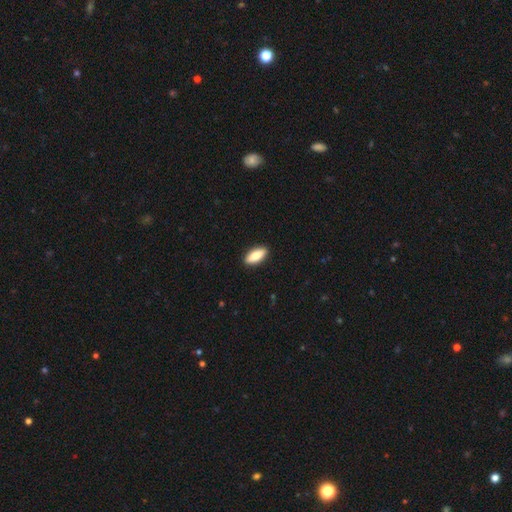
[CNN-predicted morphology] This is clearly a smooth galaxy (81%). How rounded: clearly in between (80%). Merging: clearly none (90%).